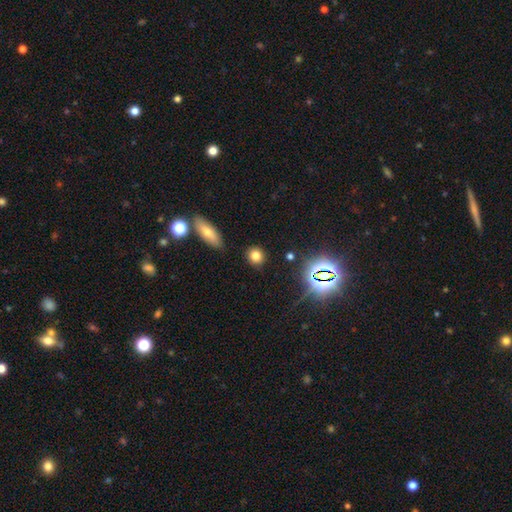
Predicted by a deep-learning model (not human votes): The model was most divided on "smooth or featured": smooth: 75%, star or artifact: 18%, featured or disk: 7%. More confident: merging — none (88%); how rounded — round (80%).